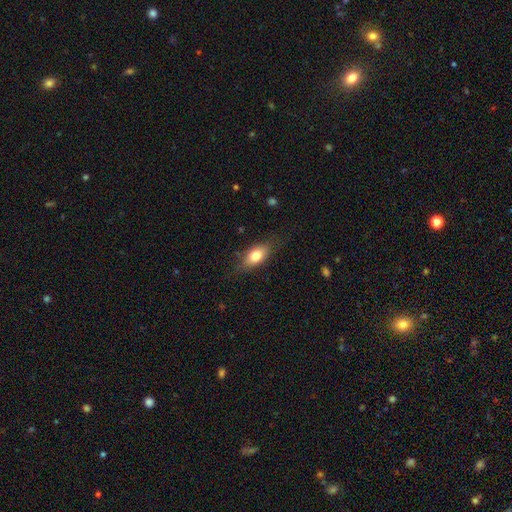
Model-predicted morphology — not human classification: smooth_or_featured: smooth (p=0.75) [alt: featured or disk p=0.17]
how_rounded: in between (p=0.83) [alt: cigar-shaped p=0.11]
merging: none (p=0.77) [alt: minor disturbance p=0.17]